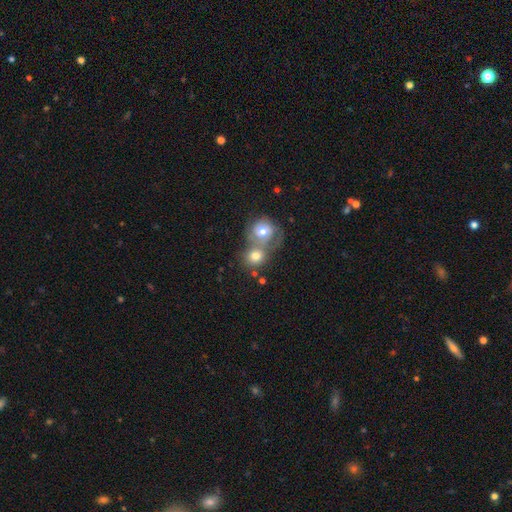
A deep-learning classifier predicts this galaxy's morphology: type=smooth (70%); roundness=round (77%); merging=merger (62%).